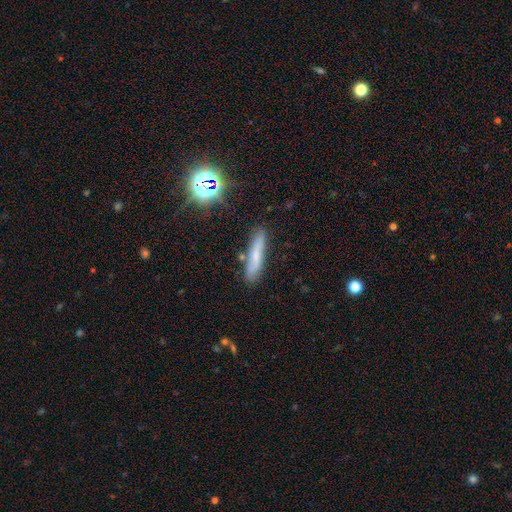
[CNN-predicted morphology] A smooth galaxy with no disk features (62%) that is cigar-shaped (88%). Merging: none (80%).